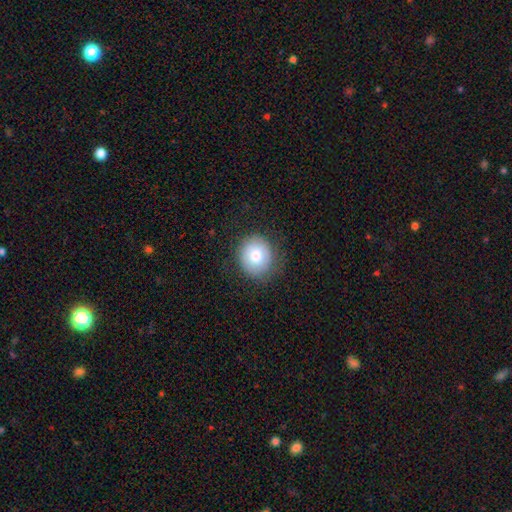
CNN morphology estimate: type=smooth (73%); roundness=round (81%); merging=none (81%).